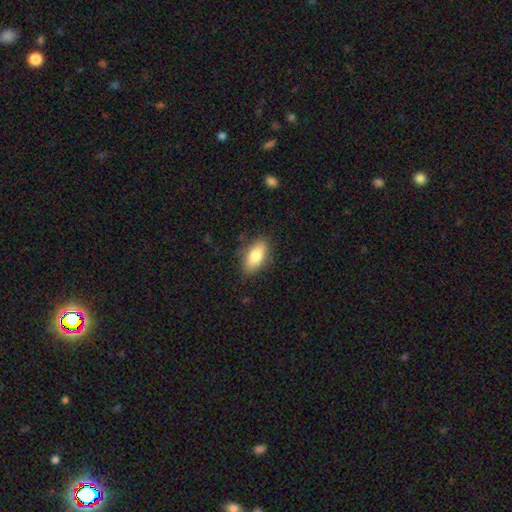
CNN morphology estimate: This is likely a smooth galaxy (80%). How rounded: clearly in between (86%). Merging: clearly none (84%).